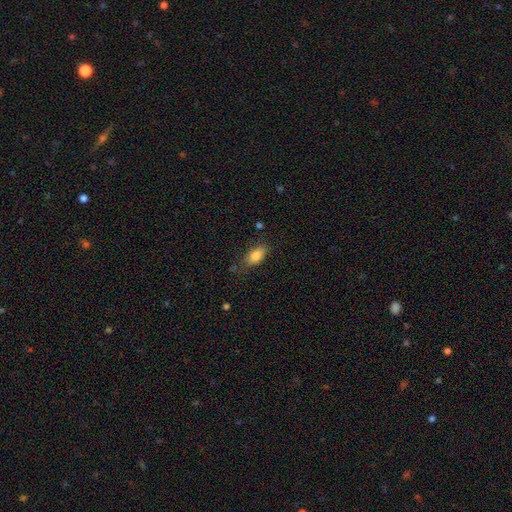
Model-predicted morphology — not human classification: Smooth or featured? Predicted: smooth (p=0.82). How rounded? Predicted: in between (p=0.87). Merging? Predicted: none (p=0.67).